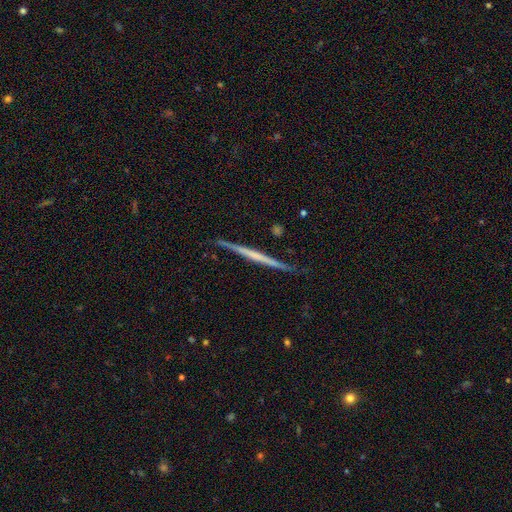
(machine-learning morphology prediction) A featured or disk galaxy (67%) viewed edge-on (98%) with no central bulge (80%). Merging: none (88%).